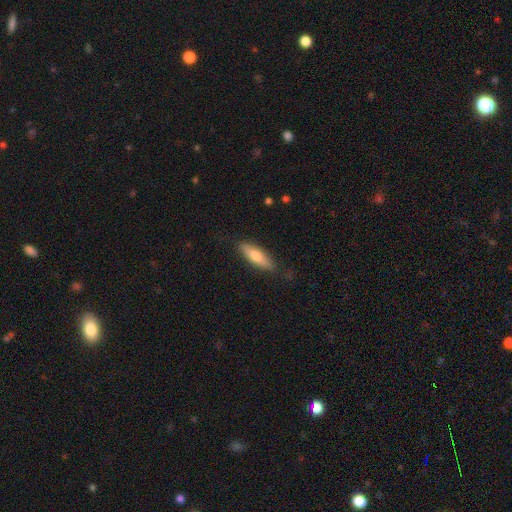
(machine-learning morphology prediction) smooth_or_featured: smooth (p=0.67) [alt: featured or disk p=0.27]
how_rounded: cigar-shaped (p=0.61) [alt: in between p=0.37]
merging: none (p=0.84) [alt: minor disturbance p=0.13]